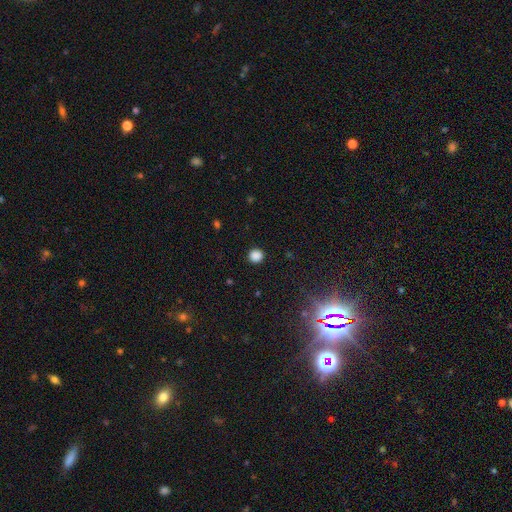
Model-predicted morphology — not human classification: Overall: smooth (85%). How rounded: round (92%). Merging: none (91%).